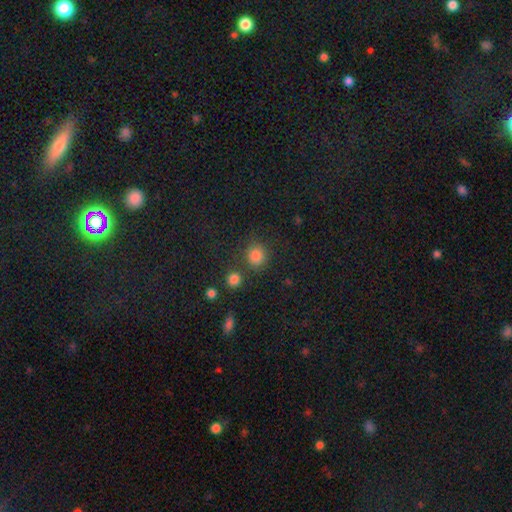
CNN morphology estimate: This is clearly a smooth galaxy (83%). How rounded: clearly round (86%). Merging: likely none (77%).